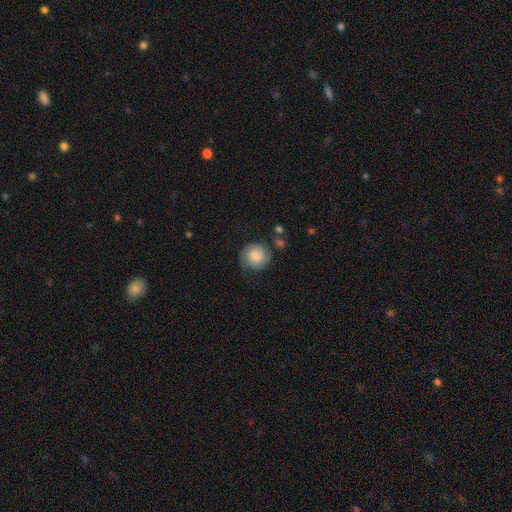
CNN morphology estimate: Smooth or featured: smooth — 69% (featured or disk — 23%)
How rounded: round — 89% (in between — 10%)
Merging: none — 65% (minor disturbance — 22%)